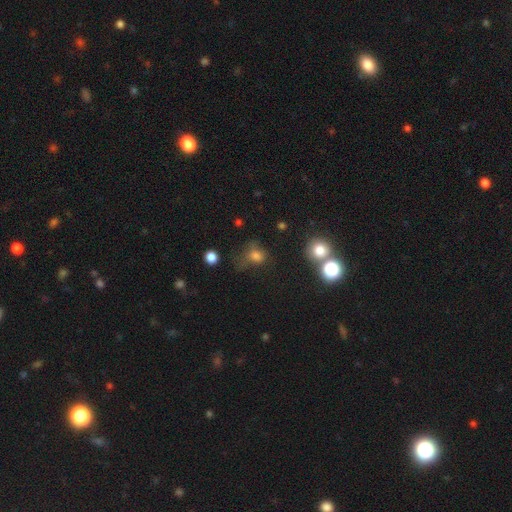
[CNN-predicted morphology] Overall: smooth (71%). How rounded: round (56%; in between 42%). Merging: none (41%; minor disturbance 27%).